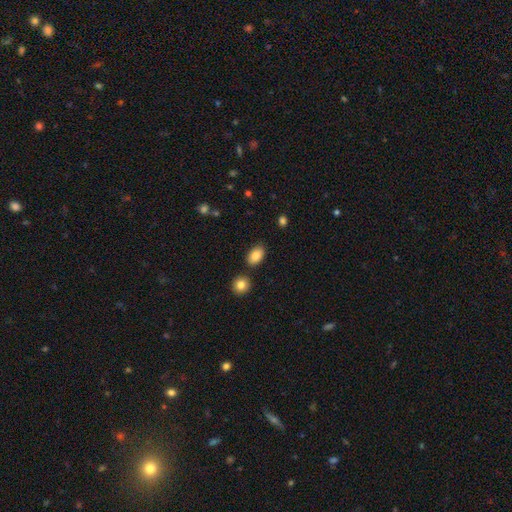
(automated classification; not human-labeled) The model was most divided on "merging": none: 83%, minor disturbance: 10%, merger: 5%, major disturbance: 2%. More confident: how rounded — in between (90%); smooth or featured — smooth (86%).